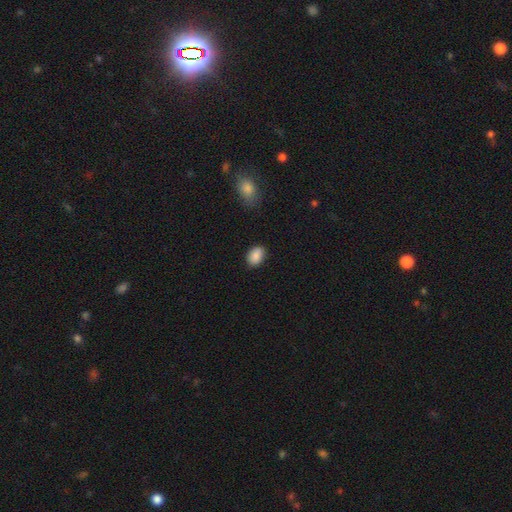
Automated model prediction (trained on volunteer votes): This appears to be a smooth galaxy with no disk features (88%) that is in between round and cigar-shaped (80%). Merging: none (85%).